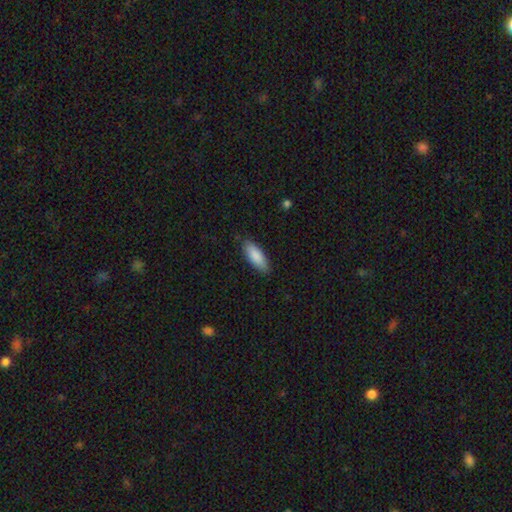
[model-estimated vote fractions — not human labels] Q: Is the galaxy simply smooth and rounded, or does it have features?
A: smooth — 88%.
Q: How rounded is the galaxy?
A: in between — 69%.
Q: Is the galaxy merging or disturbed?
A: none — 86%.